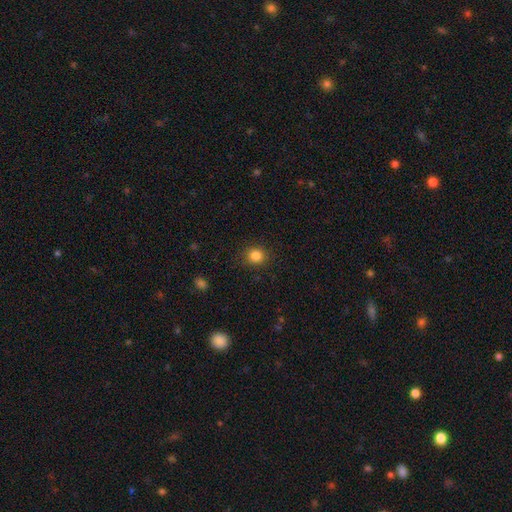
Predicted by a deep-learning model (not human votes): Smooth or featured? smooth (84%)
How rounded? round (86%)
Merging? none (90%)